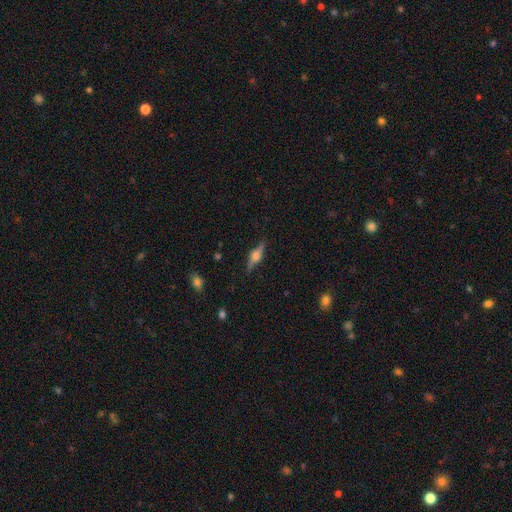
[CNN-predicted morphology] smooth_or_featured: featured or disk (p=0.74) [alt: smooth p=0.19]
disk_edge_on: yes (p=0.97) [alt: no p=0.03]
edge_on_bulge: rounded (p=0.89) [alt: boxy p=0.09]
merging: none (p=0.86) [alt: minor disturbance p=0.10]